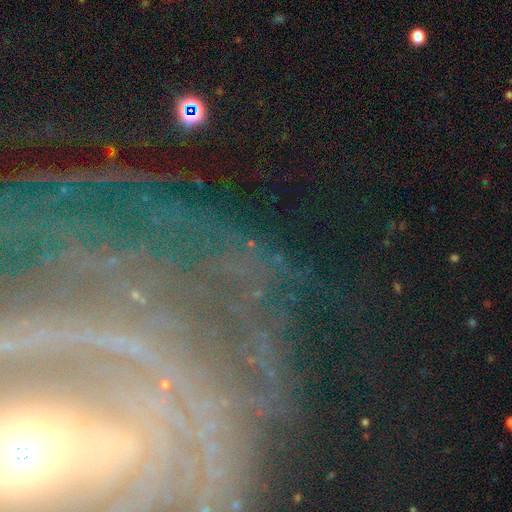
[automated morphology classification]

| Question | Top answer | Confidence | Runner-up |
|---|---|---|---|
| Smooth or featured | featured or disk | 68% | star or artifact (20%) |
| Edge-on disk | no | 89% | yes (11%) |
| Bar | strong | 42% | no (30%) |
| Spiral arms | yes | 87% | no (13%) |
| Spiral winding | tight | 77% | medium (16%) |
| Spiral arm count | can't tell | 31% | 2 (17%) |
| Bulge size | small | 51% | moderate (32%) |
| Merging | none | 77% | minor disturbance (12%) |